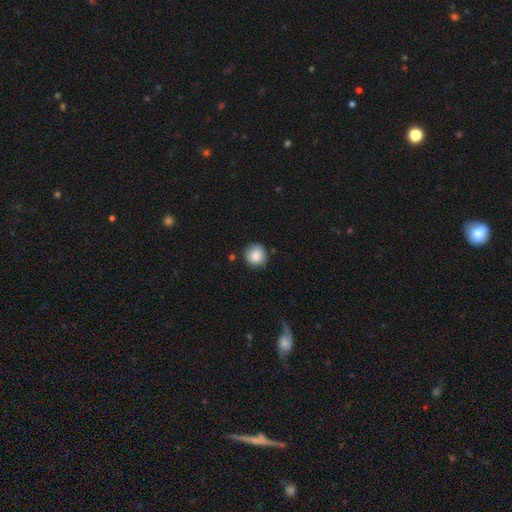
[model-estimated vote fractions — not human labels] smooth-or-featured: smooth: 87% | star or artifact: 8% | featured or disk: 5%
  how-rounded: round: 93% | in between: 6% | cigar-shaped: 1%
  merging: none: 86% | minor disturbance: 10% | major disturbance: 2% | merger: 2%